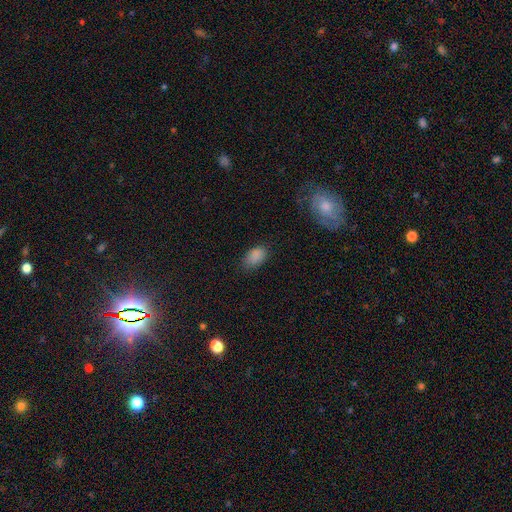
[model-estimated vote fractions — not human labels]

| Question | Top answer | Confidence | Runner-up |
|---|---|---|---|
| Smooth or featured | smooth | 86% | star or artifact (10%) |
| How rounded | in between | 90% | round (9%) |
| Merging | none | 73% | minor disturbance (20%) |